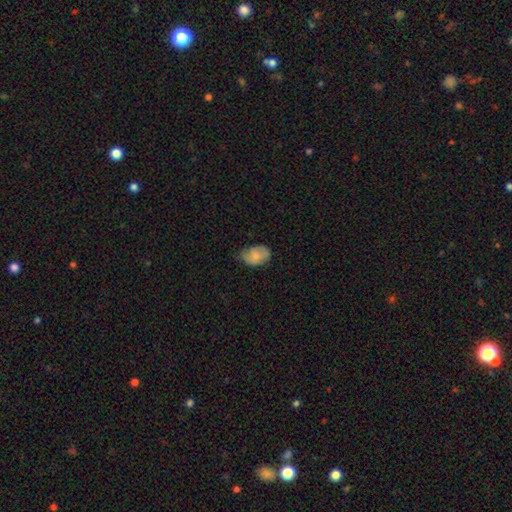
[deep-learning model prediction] Q: Smooth or featured?
A: smooth (78%); runner-up: featured or disk (15%)
Q: How rounded?
A: in between (87%); runner-up: round (12%)
Q: Merging?
A: none (54%); runner-up: minor disturbance (37%)